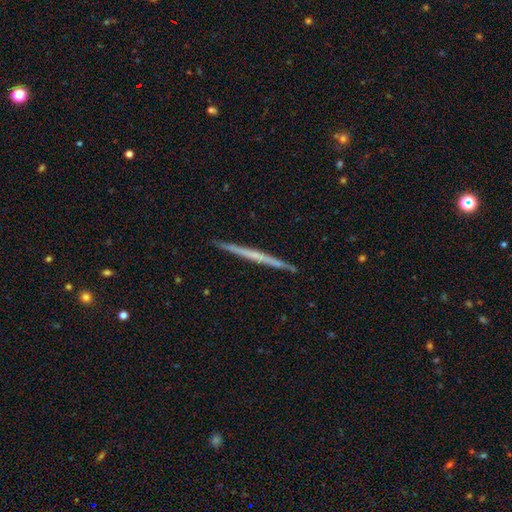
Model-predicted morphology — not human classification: Smooth or featured?
  - featured or disk: 59% *
  - smooth: 35%
  - star or artifact: 5%
Edge-on disk?
  - yes: 98% *
  - no: 2%
Edge-on bulge?
  - none: 87% *
  - rounded: 9%
  - boxy: 4%
Merging?
  - none: 93% *
  - minor disturbance: 5%
  - major disturbance: 1%
  - merger: 1%